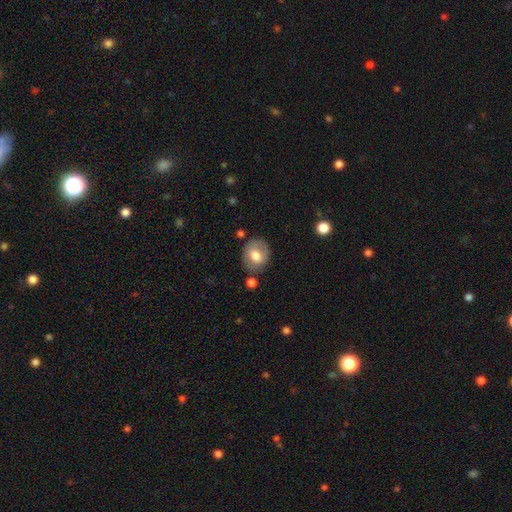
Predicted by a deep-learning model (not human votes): This appears to be a smooth galaxy with no disk features (70%) that is round (60%). Merging: none (74%).